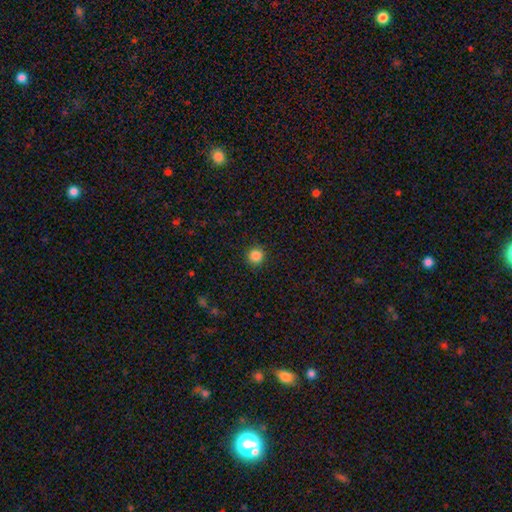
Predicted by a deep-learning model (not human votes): smooth-or-featured: smooth: 85% | star or artifact: 11% | featured or disk: 3%
  how-rounded: round: 95% | in between: 4% | cigar-shaped: 1%
  merging: none: 92% | minor disturbance: 5% | major disturbance: 2% | merger: 1%